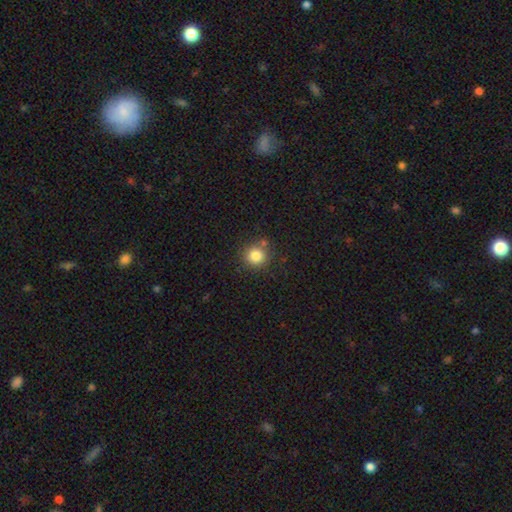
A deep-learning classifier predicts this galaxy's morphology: Overall: smooth (82%). How rounded: round (91%). Merging: none (79%).